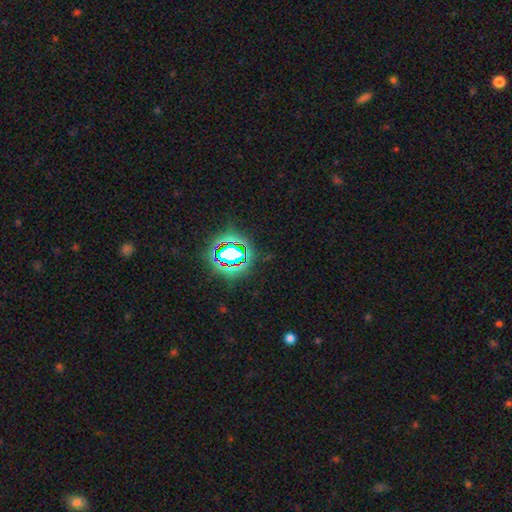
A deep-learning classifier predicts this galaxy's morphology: The model was most divided on "smooth or featured": star or artifact: 77%, smooth: 14%, featured or disk: 9%.